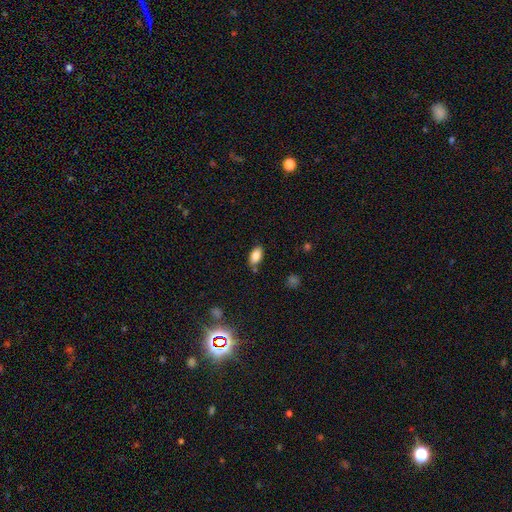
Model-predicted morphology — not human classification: Smooth or featured?
  - smooth: 85% *
  - star or artifact: 8%
  - featured or disk: 7%
How rounded?
  - in between: 92% *
  - cigar-shaped: 4%
  - round: 4%
Merging?
  - none: 79% *
  - minor disturbance: 13%
  - merger: 5%
  - major disturbance: 3%